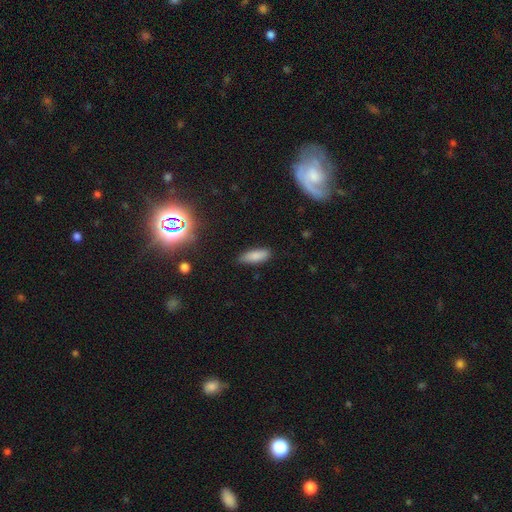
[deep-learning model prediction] Smooth or featured? smooth (84%)
How rounded? in between (65%)
Merging? none (79%)